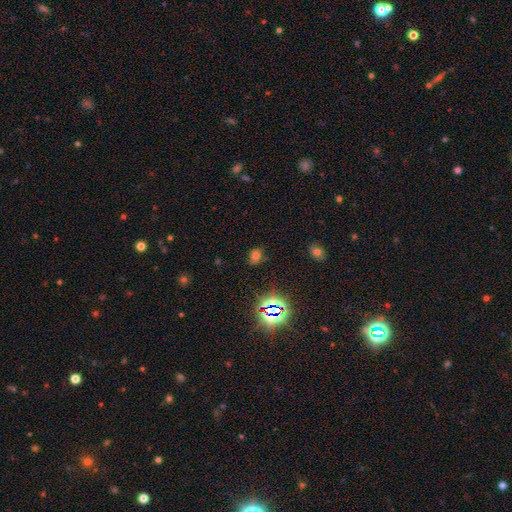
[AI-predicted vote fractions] A smooth galaxy with no disk features (58%) that is in between round and cigar-shaped (66%). Merging: none (74%).